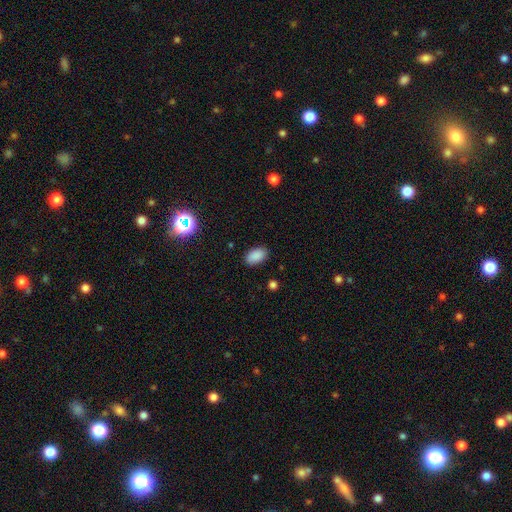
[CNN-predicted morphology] A smooth galaxy with no disk features (87%) that is in between round and cigar-shaped (92%).

Vote fractions:
- Smooth or featured? smooth: 87% / star or artifact: 10% / featured or disk: 3%
- How rounded? in between: 92% / round: 6% / cigar-shaped: 2%
- Merging? none: 88% / minor disturbance: 9% / major disturbance: 2% / merger: 1%